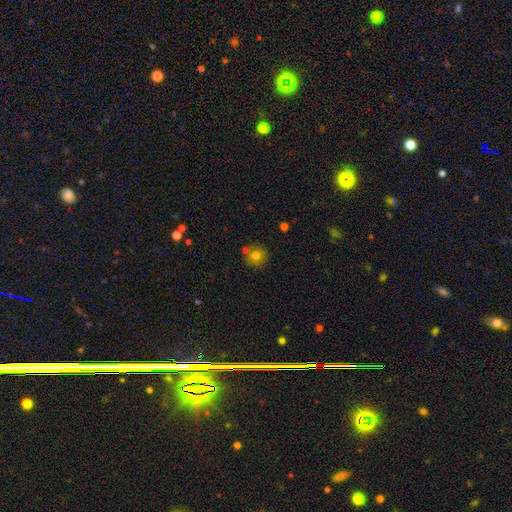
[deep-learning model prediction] Overall: smooth (77%). How rounded: round (92%). Merging: none (75%).